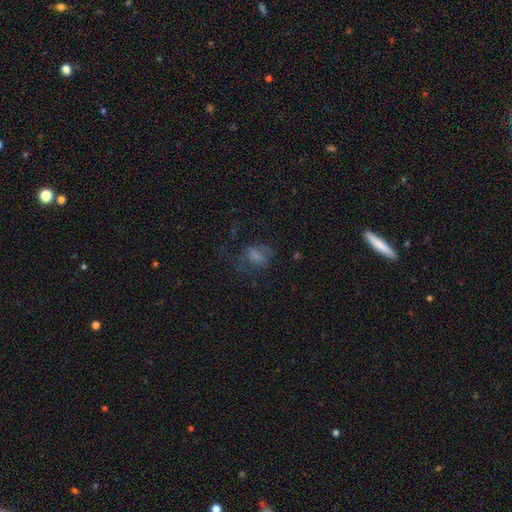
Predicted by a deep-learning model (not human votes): Morphology: type=smooth (51%); roundness=in between (67%); merging=none (42%).